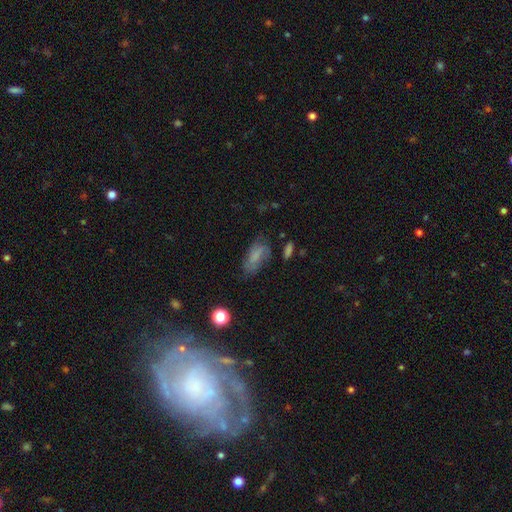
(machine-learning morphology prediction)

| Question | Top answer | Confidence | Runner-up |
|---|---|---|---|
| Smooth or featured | smooth | 60% | featured or disk (28%) |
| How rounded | in between | 82% | cigar-shaped (13%) |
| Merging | none | 58% | minor disturbance (25%) |